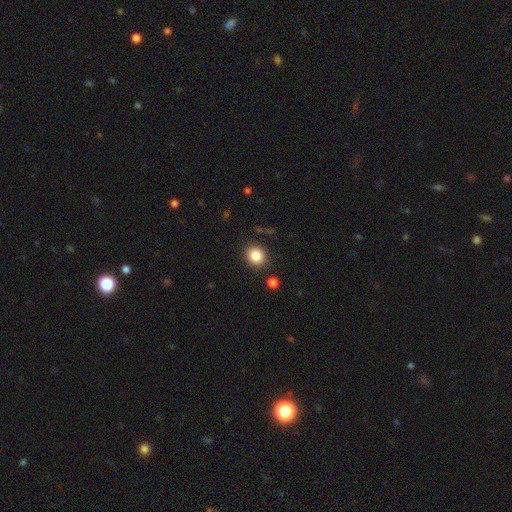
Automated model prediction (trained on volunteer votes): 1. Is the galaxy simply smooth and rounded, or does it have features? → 85% smooth, 10% star or artifact, 5% featured or disk.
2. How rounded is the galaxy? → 73% round, 27% in between, 1% cigar-shaped.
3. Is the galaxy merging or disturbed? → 87% none, 8% minor disturbance, 3% major disturbance, 3% merger.